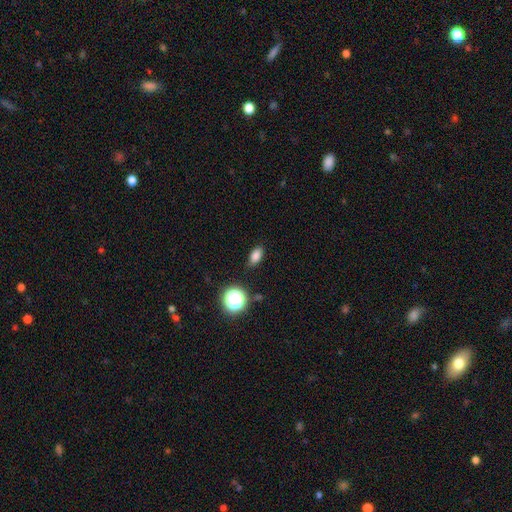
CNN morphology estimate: Smooth or featured: smooth — 80% (star or artifact — 13%)
How rounded: in between — 82% (round — 11%)
Merging: none — 86% (minor disturbance — 10%)